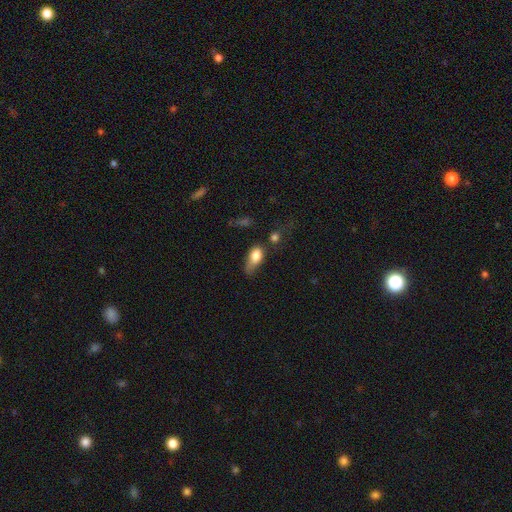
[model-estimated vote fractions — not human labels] Smooth or featured?
  - smooth: 78% *
  - featured or disk: 14%
  - star or artifact: 8%
How rounded?
  - in between: 86% *
  - round: 8%
  - cigar-shaped: 6%
Merging?
  - minor disturbance: 36% *
  - major disturbance: 30%
  - none: 25%
  - merger: 9%